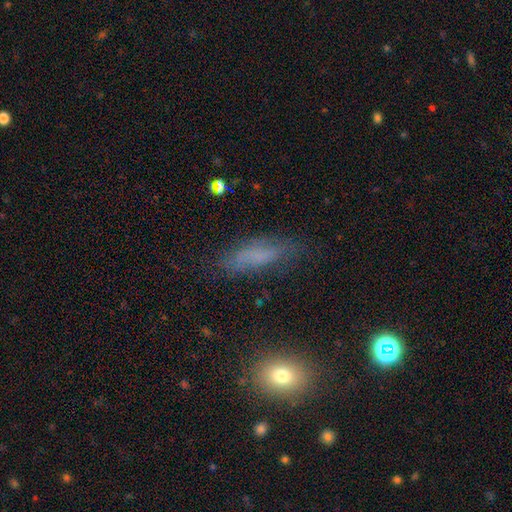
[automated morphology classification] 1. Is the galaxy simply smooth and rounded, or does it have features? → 61% smooth, 24% featured or disk, 14% star or artifact.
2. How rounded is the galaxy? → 49% cigar-shaped, 48% in between, 4% round.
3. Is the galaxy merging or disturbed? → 69% none, 21% minor disturbance, 8% major disturbance, 2% merger.